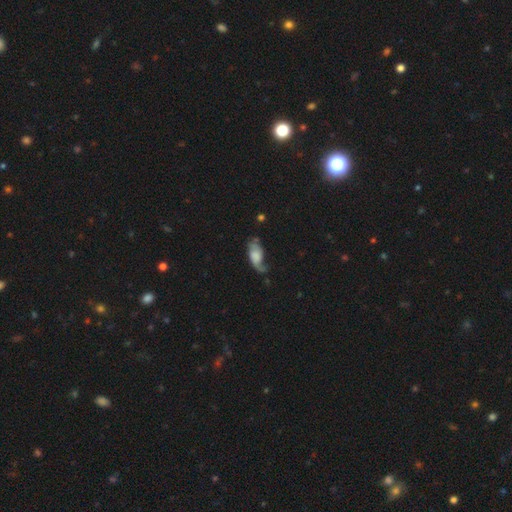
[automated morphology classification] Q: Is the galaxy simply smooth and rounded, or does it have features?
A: featured or disk — 52%.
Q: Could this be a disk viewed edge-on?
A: no — 91%.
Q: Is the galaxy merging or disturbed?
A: none — 41%.